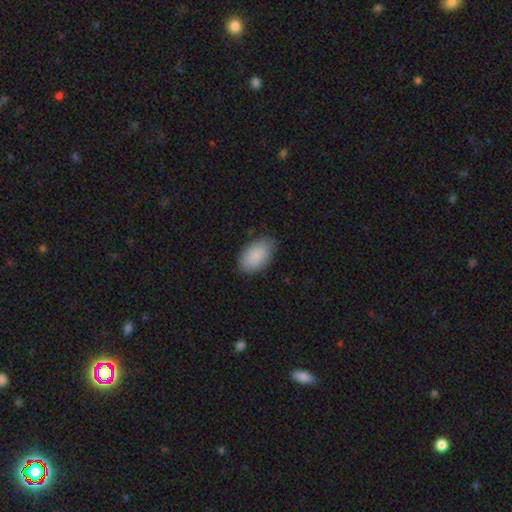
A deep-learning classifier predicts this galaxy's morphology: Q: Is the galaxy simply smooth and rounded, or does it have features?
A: smooth — 88%.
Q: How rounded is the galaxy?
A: in between — 94%.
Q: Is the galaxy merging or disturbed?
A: none — 81%.